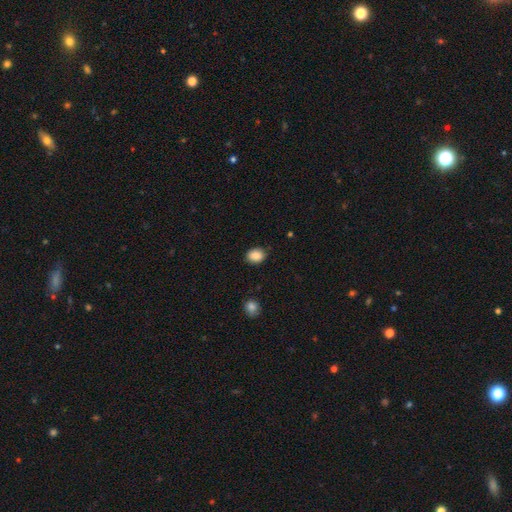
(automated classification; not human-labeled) Smooth or featured? Predicted: smooth (p=0.88). How rounded? Predicted: in between (p=0.53). Merging? Predicted: none (p=0.86).